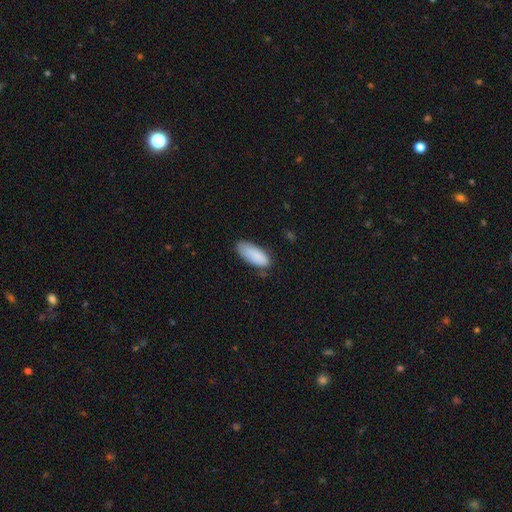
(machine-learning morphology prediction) A smooth galaxy with no disk features (88%) that is in between round and cigar-shaped (82%).

Vote fractions:
- Smooth or featured? smooth: 88% / featured or disk: 6% / star or artifact: 6%
- How rounded? in between: 82% / cigar-shaped: 17% / round: 2%
- Merging? none: 69% / minor disturbance: 25% / major disturbance: 5% / merger: 2%